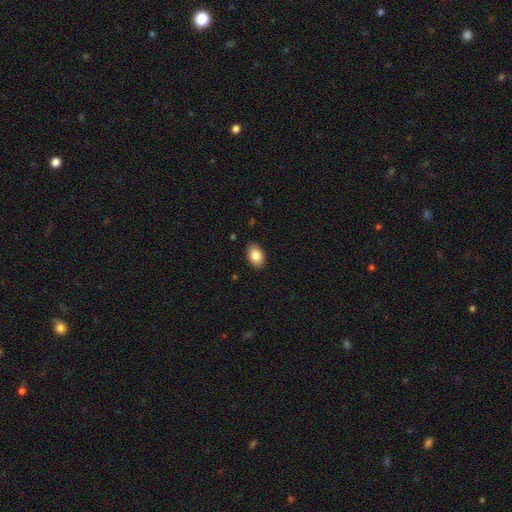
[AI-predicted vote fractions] Smooth or featured?
  - smooth: 85% *
  - featured or disk: 8%
  - star or artifact: 7%
How rounded?
  - in between: 90% *
  - round: 9%
  - cigar-shaped: 1%
Merging?
  - none: 86% *
  - minor disturbance: 11%
  - major disturbance: 2%
  - merger: 1%